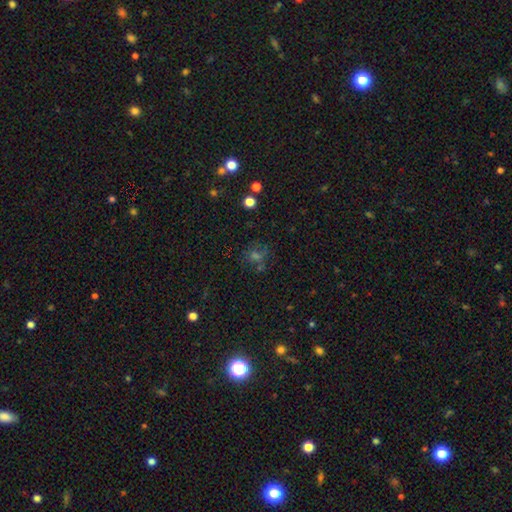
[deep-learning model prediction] Q: Smooth or featured?
A: star or artifact (43%); tied with: smooth (43%)